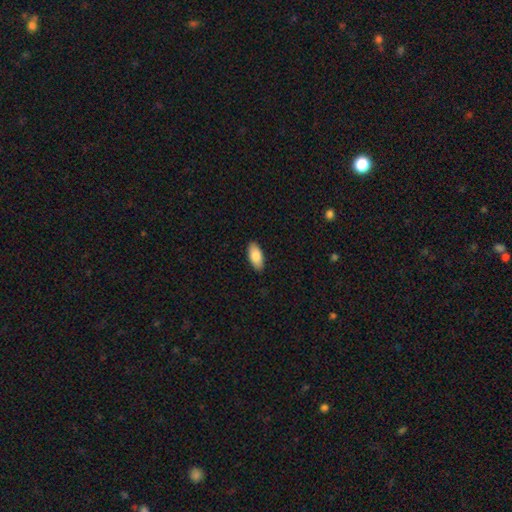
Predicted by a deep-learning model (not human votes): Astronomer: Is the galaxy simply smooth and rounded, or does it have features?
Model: smooth — 85%.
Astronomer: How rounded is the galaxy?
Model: in between — 91%.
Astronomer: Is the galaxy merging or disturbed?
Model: none — 89%.